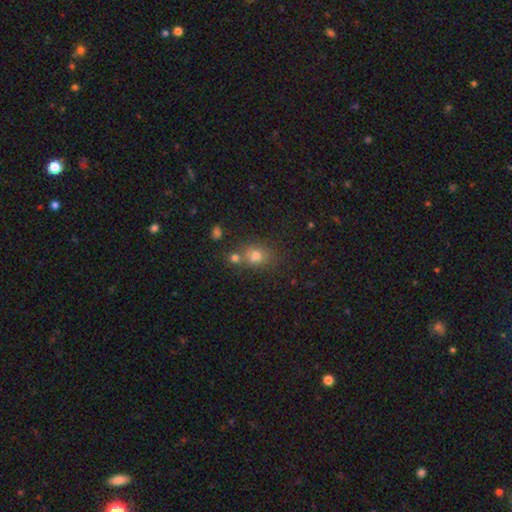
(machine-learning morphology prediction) Q: Smooth or featured?
A: smooth (73%); runner-up: star or artifact (16%)
Q: How rounded?
A: round (65%); runner-up: in between (34%)
Q: Merging?
A: none (55%); runner-up: merger (28%)